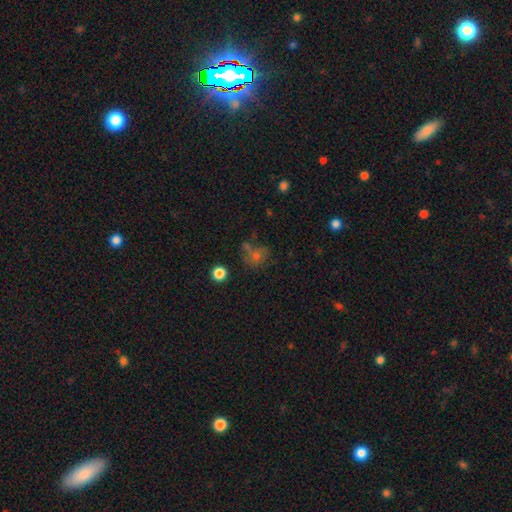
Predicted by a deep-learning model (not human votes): This is possibly a smooth galaxy (53%). How rounded: likely round (75%). Merging: possibly none (57%).